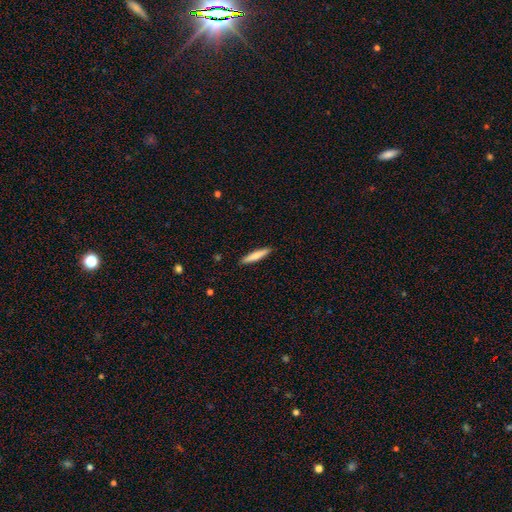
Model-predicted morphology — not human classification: smooth_or_featured: smooth (p=0.75) [alt: featured or disk p=0.19]
how_rounded: cigar-shaped (p=0.90) [alt: in between p=0.09]
merging: none (p=0.91) [alt: minor disturbance p=0.06]